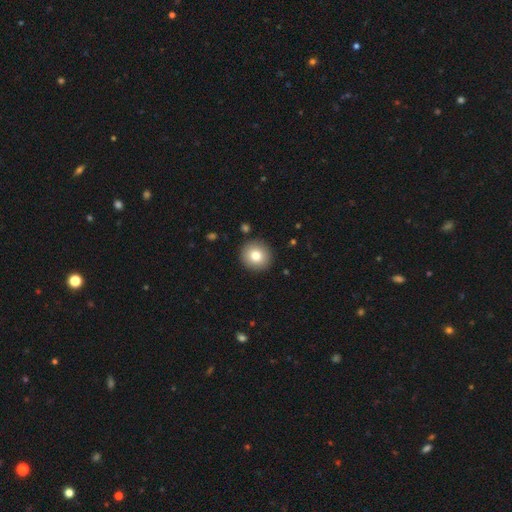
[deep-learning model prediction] smooth_or_featured: smooth (p=0.80) [alt: featured or disk p=0.11]
how_rounded: round (p=0.92) [alt: in between p=0.08]
merging: none (p=0.91) [alt: minor disturbance p=0.06]